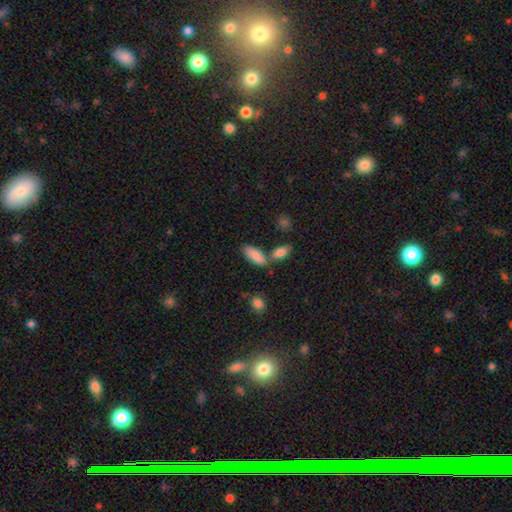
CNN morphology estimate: A smooth galaxy with no disk features (87%) that is in between round and cigar-shaped (80%). Merging: none (62%).